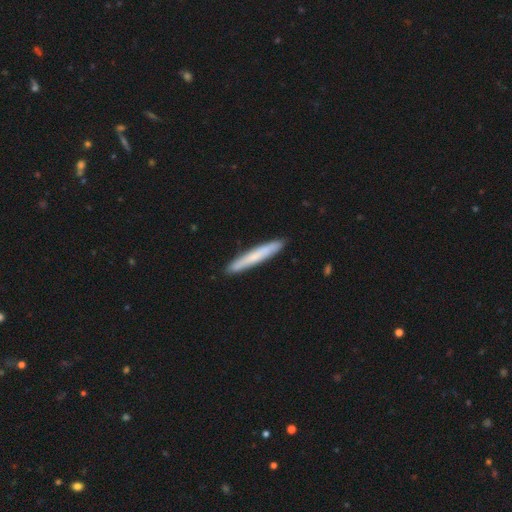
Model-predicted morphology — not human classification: The model was most divided on "smooth or featured": smooth: 66%, featured or disk: 29%, star or artifact: 5%. More confident: how rounded — cigar-shaped (96%); merging — none (91%).